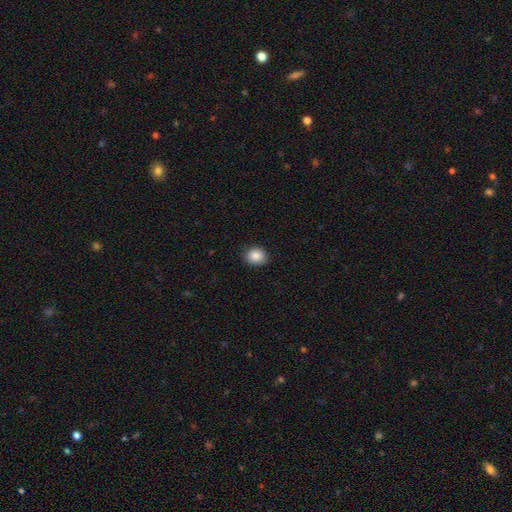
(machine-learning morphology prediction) A smooth galaxy with no disk features (87%) that is round (70%).

Vote fractions:
- Smooth or featured? smooth: 87% / star or artifact: 9% / featured or disk: 4%
- How rounded? round: 70% / in between: 29% / cigar-shaped: 1%
- Merging? none: 89% / minor disturbance: 8% / major disturbance: 2% / merger: 1%